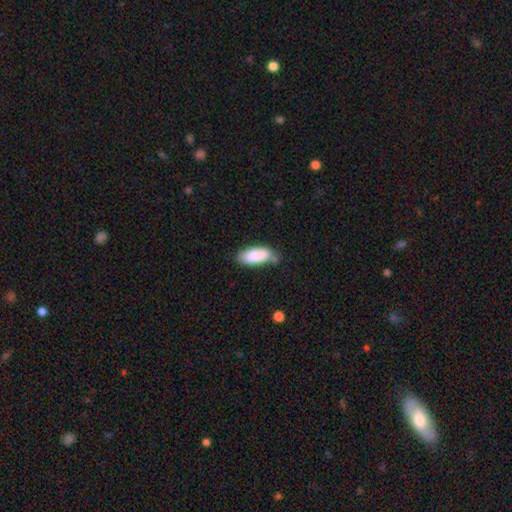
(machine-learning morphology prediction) A smooth galaxy with no disk features (84%) that is in between round and cigar-shaped (82%). Merging: none (60%).